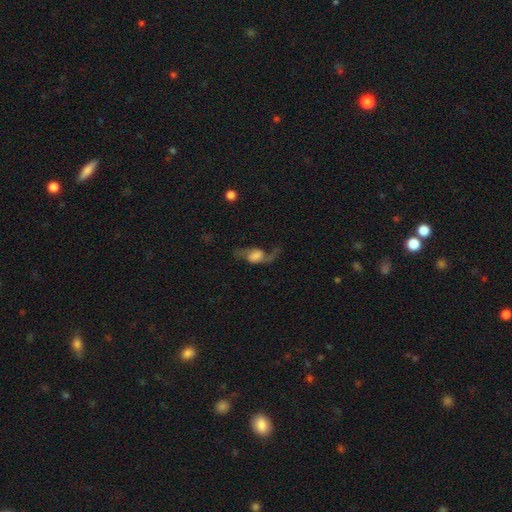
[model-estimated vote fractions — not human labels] This is likely a featured or disk galaxy (66%). It is clearly not viewed edge-on (90%). Bar: possibly no (50%). Spiral arm pattern: clearly yes (87%). Spiral arm count: clearly 2 (86%). Spiral winding: clearly loose (81%). Central bulge: marginally large (36%). Merging: possibly none (50%).